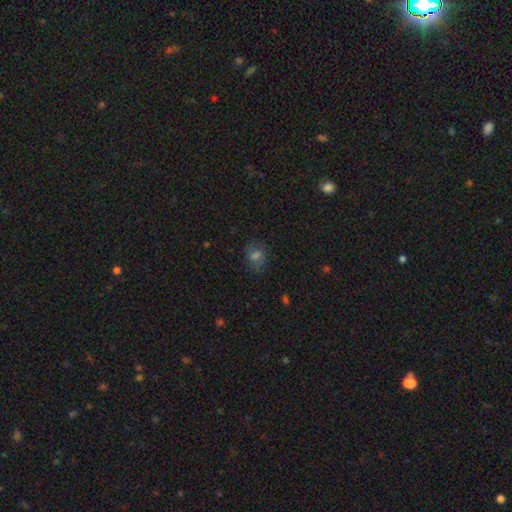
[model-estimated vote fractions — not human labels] smooth 56%, star or artifact 26%, featured or disk 18%. Down the decision tree: how rounded — in between (53%); merging — none (75%).